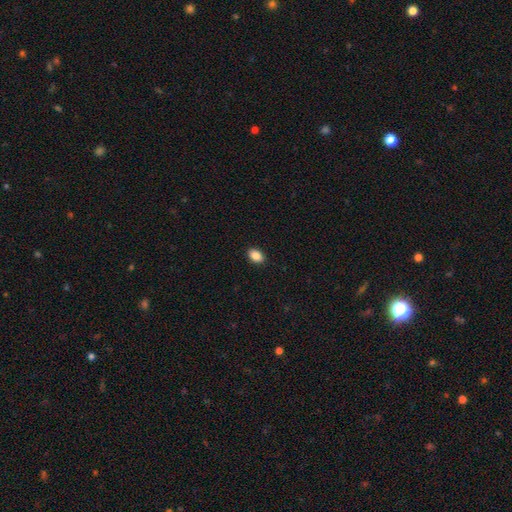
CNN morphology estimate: smooth 88%, star or artifact 8%, featured or disk 4%. Down the decision tree: how rounded — in between (85%); merging — none (91%).